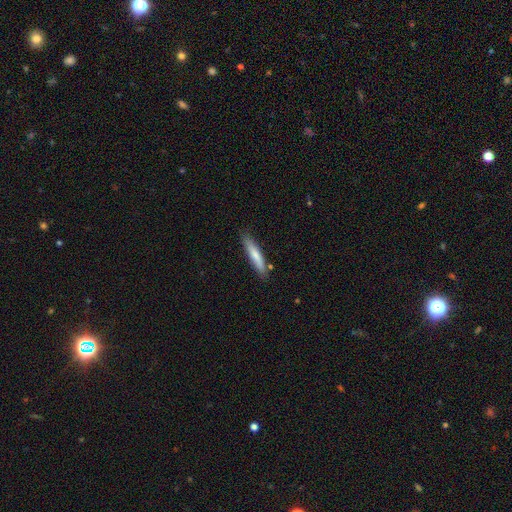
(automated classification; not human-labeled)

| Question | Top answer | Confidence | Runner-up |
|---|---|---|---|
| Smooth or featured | smooth | 73% | featured or disk (21%) |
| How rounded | cigar-shaped | 87% | in between (11%) |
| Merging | none | 80% | minor disturbance (15%) |